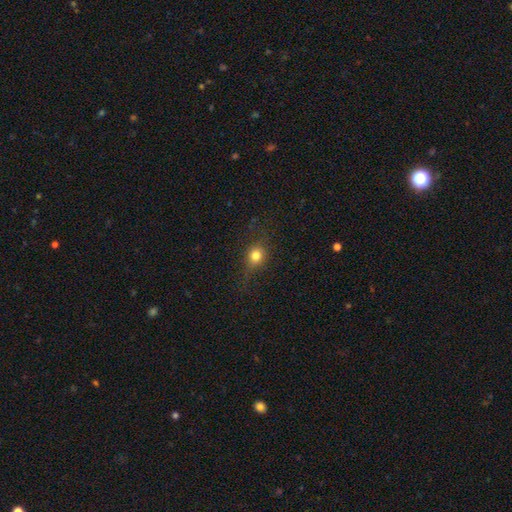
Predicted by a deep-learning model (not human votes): The model was most divided on "how rounded": round: 67%, in between: 30%, cigar-shaped: 3%. More confident: merging — none (74%); smooth or featured — smooth (73%).